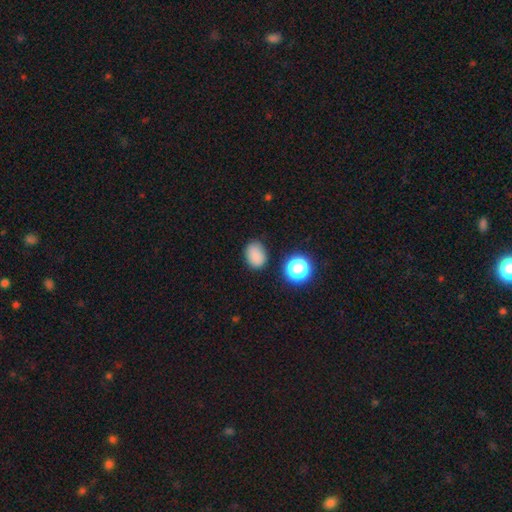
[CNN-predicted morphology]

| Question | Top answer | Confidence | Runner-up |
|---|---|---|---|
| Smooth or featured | smooth | 83% | star or artifact (12%) |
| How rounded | in between | 68% | round (31%) |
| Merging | none | 80% | minor disturbance (14%) |